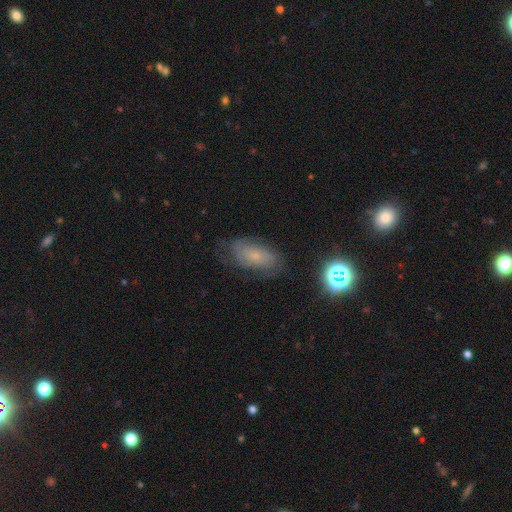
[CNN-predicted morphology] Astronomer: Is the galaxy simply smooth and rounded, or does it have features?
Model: featured or disk — 43%, tied with smooth at 43%.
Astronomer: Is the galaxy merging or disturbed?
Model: none — 66%.